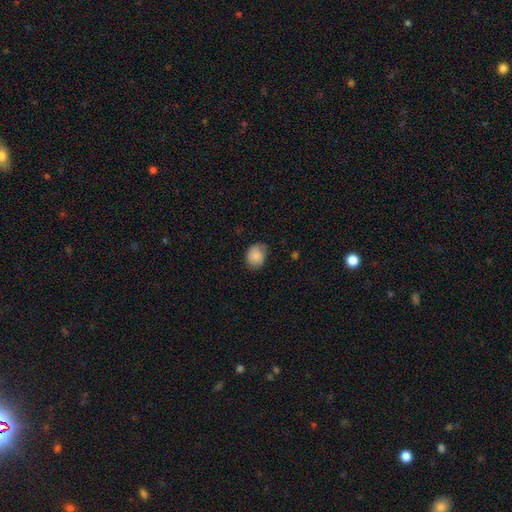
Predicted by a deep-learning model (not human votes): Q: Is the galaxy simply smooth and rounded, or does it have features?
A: smooth — 85%.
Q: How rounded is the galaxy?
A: round — 57%.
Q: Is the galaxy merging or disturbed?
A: none — 70%.